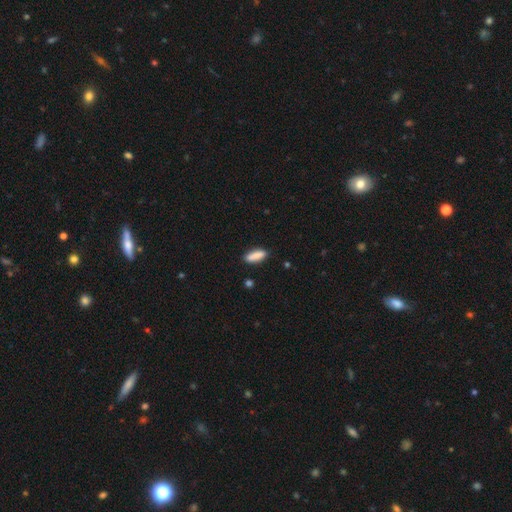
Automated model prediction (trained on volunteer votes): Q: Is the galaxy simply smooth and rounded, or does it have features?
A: smooth — 86%.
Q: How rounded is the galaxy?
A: in between — 52%.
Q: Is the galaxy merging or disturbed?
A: none — 83%.